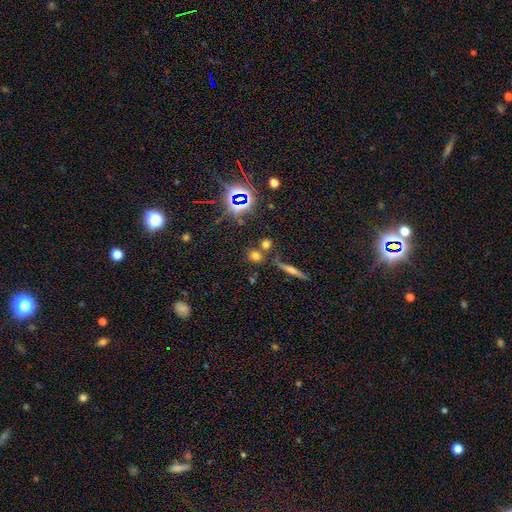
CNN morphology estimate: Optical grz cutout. It shows a smooth galaxy with no disk features (62%) that is round (73%). Merging: none (68%).